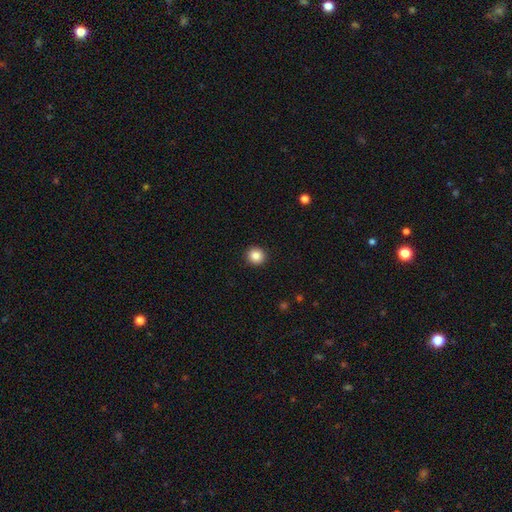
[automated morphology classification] Smooth or featured?
  - smooth: 85% *
  - star or artifact: 10%
  - featured or disk: 5%
How rounded?
  - round: 94% *
  - in between: 5%
  - cigar-shaped: 1%
Merging?
  - none: 93% *
  - minor disturbance: 4%
  - major disturbance: 2%
  - merger: 1%